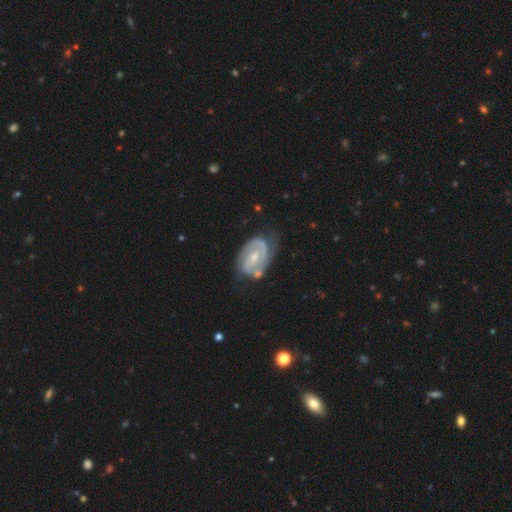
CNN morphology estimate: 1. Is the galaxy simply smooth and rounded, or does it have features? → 85% featured or disk, 10% smooth, 5% star or artifact.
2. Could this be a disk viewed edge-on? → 97% no, 3% yes.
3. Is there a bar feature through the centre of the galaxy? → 44% weak, 35% no, 21% strong.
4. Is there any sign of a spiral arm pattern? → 93% yes, 7% no.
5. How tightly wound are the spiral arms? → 45% medium, 40% tight, 15% loose.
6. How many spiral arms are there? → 78% 2, 10% can't tell, 5% 3, 4% 1, 1% 4, 1% more than 4.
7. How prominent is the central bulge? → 59% small, 38% moderate, 2% none, 1% large, 1% dominant.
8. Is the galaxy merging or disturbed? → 62% none, 24% minor disturbance, 9% major disturbance, 6% merger.